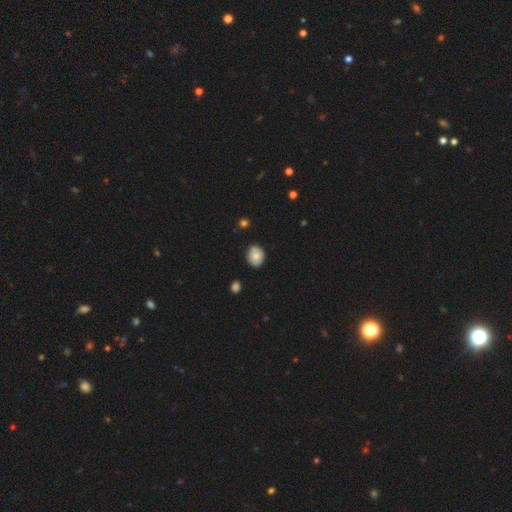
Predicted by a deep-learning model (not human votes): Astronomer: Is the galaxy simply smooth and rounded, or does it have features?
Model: smooth — 79%.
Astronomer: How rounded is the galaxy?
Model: round — 65%.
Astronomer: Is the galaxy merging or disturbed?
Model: none — 75%.